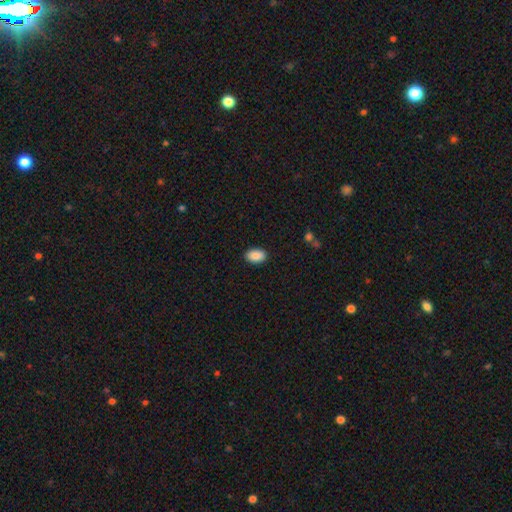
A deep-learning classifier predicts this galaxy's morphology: The model was most divided on "smooth or featured": smooth: 88%, star or artifact: 7%, featured or disk: 5%. More confident: how rounded — in between (90%); merging — none (90%).